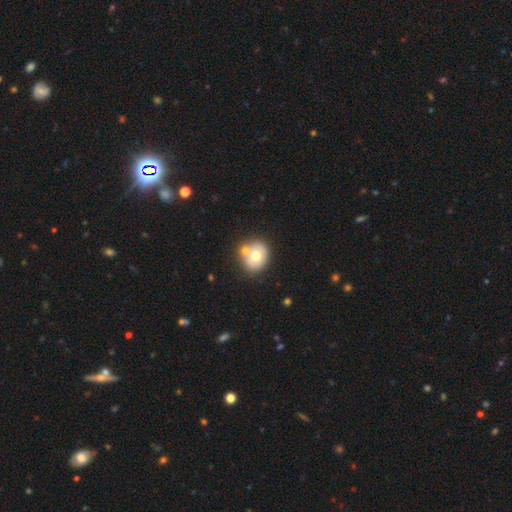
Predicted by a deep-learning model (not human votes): A smooth galaxy with no disk features (62%) that is round (71%).

Vote fractions:
- Smooth or featured? smooth: 62% / featured or disk: 30% / star or artifact: 8%
- How rounded? round: 71% / in between: 28% / cigar-shaped: 1%
- Merging? none: 49% / merger: 35% / minor disturbance: 12% / major disturbance: 4%